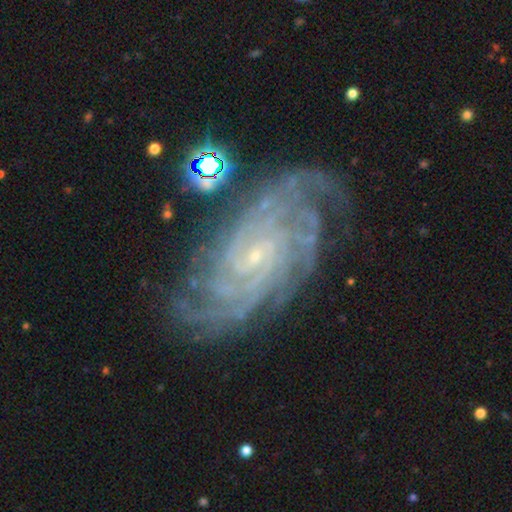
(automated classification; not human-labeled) Q: Smooth or featured?
A: featured or disk (91%); runner-up: star or artifact (6%)
Q: Edge-on disk?
A: no (97%); runner-up: yes (3%)
Q: Bar?
A: no (58%); runner-up: weak (31%)
Q: Spiral arms?
A: yes (99%); runner-up: no (1%)
Q: Spiral winding?
A: tight (77%); runner-up: medium (20%)
Q: Spiral arm count?
A: more than 4 (29%); runner-up: 4 (25%)
Q: Bulge size?
A: small (87%); runner-up: moderate (8%)
Q: Merging?
A: none (79%); runner-up: minor disturbance (14%)